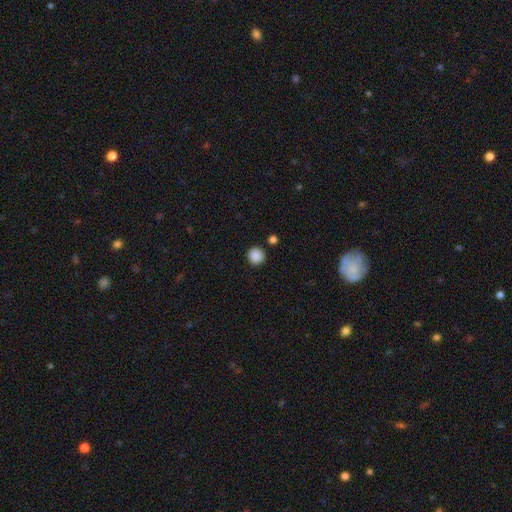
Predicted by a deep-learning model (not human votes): Smooth or featured?
  - smooth: 88% *
  - star or artifact: 10%
  - featured or disk: 3%
How rounded?
  - round: 94% *
  - in between: 5%
  - cigar-shaped: 1%
Merging?
  - none: 90% *
  - minor disturbance: 6%
  - merger: 3%
  - major disturbance: 2%